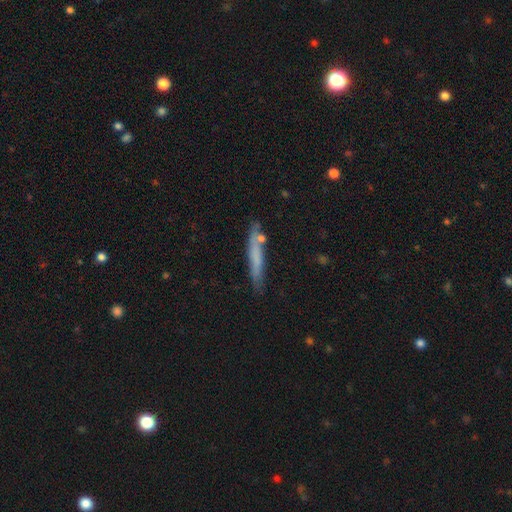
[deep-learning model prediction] Smooth or featured? smooth (62%)
How rounded? cigar-shaped (93%)
Merging? none (76%)